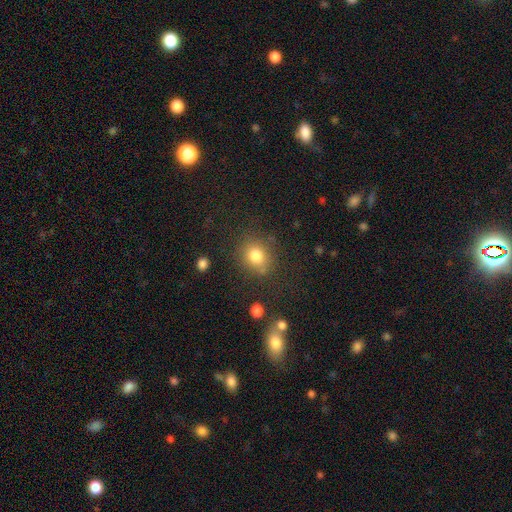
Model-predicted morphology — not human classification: Smooth or featured: smooth — 79% (star or artifact — 13%)
How rounded: round — 70% (in between — 29%)
Merging: none — 76% (minor disturbance — 14%)